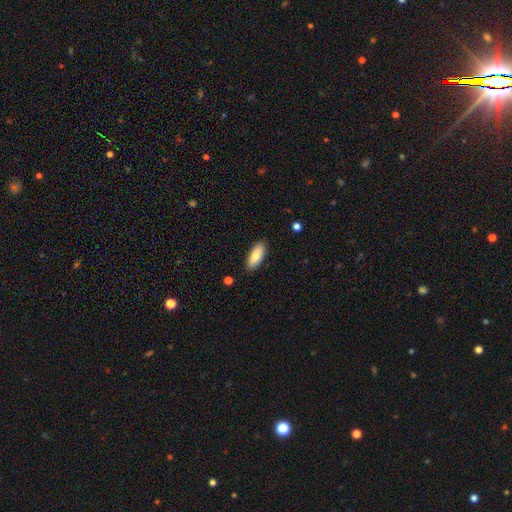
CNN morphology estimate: Smooth or featured? smooth (80%)
How rounded? in between (80%)
Merging? none (88%)